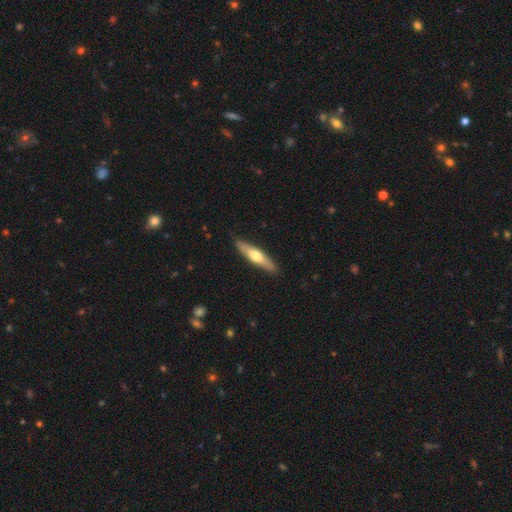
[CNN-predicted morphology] smooth_or_featured: smooth (p=0.51) [alt: featured or disk p=0.44]
how_rounded: cigar-shaped (p=0.80) [alt: in between p=0.19]
merging: none (p=0.88) [alt: minor disturbance p=0.09]